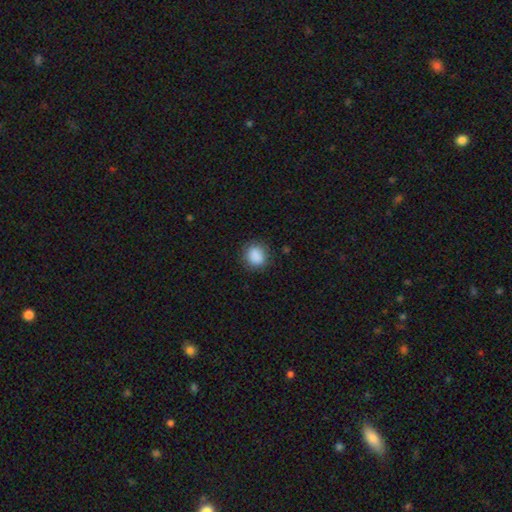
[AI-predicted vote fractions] Q: Smooth or featured?
A: smooth (88%); runner-up: star or artifact (8%)
Q: How rounded?
A: round (69%); runner-up: in between (29%)
Q: Merging?
A: none (83%); runner-up: minor disturbance (12%)